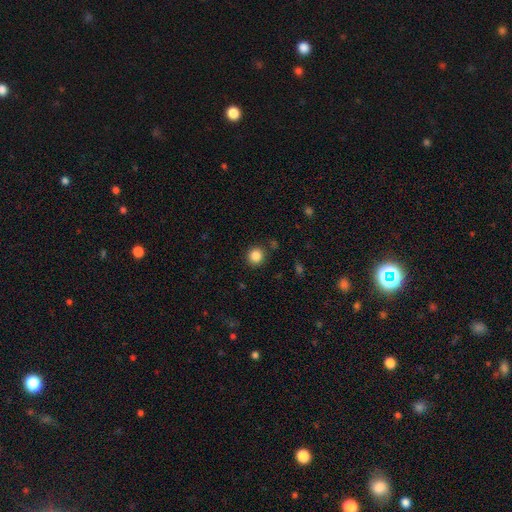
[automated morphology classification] Smooth or featured: smooth — 85% (star or artifact — 11%)
How rounded: round — 92% (in between — 7%)
Merging: none — 89% (minor disturbance — 7%)